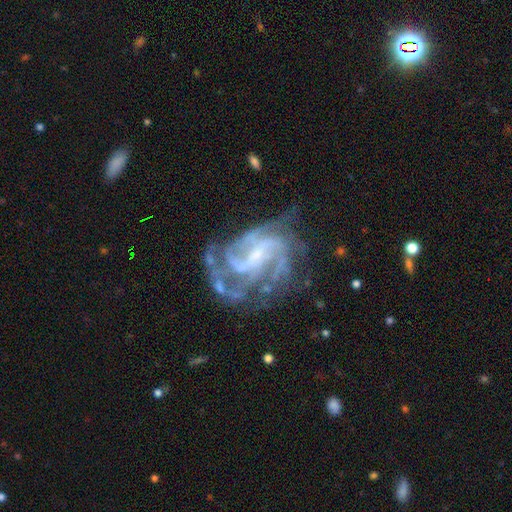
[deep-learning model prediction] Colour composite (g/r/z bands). It shows a featured or disk galaxy (89%) with a weak bar (45%), 3 (33%) medium (46%) spiral arms (96%) and a small central bulge (59%). Merging: none (55%).